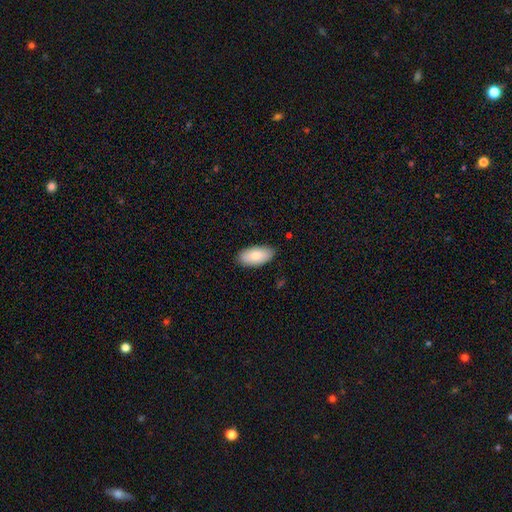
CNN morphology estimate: Overall: smooth (81%). How rounded: in between (94%). Merging: none (85%).